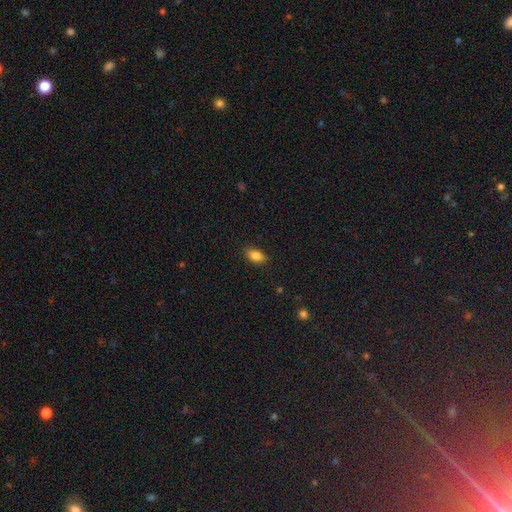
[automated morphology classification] A smooth galaxy with no disk features (85%) that is in between round and cigar-shaped (88%). Merging: none (86%).